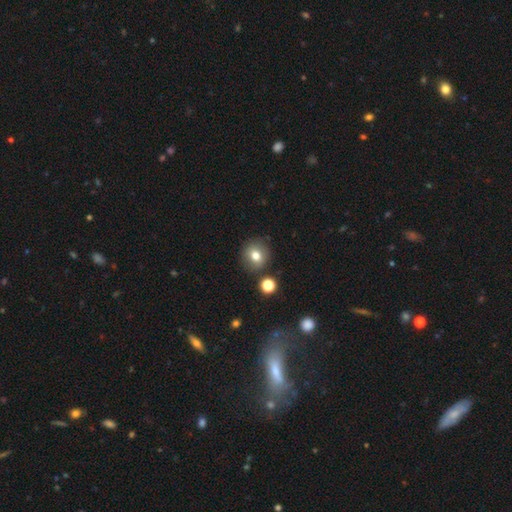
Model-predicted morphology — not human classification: A smooth galaxy with no disk features (75%) that is round (86%).

Vote fractions:
- Smooth or featured? smooth: 75% / featured or disk: 13% / star or artifact: 12%
- How rounded? round: 86% / in between: 13% / cigar-shaped: 1%
- Merging? none: 82% / minor disturbance: 9% / merger: 6% / major disturbance: 3%